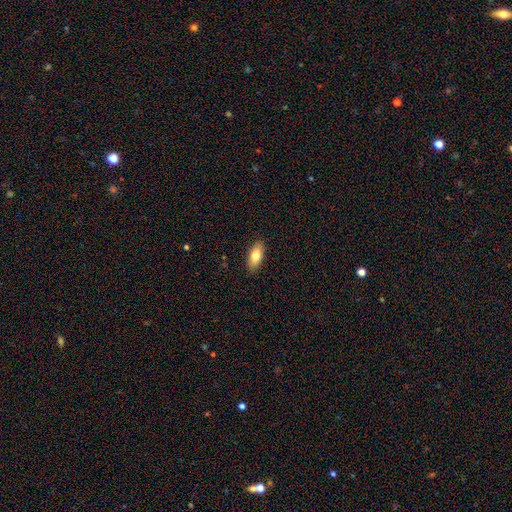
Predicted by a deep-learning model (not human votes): Smooth or featured? Predicted: smooth (p=0.77). How rounded? Predicted: in between (p=0.84). Merging? Predicted: none (p=0.89).